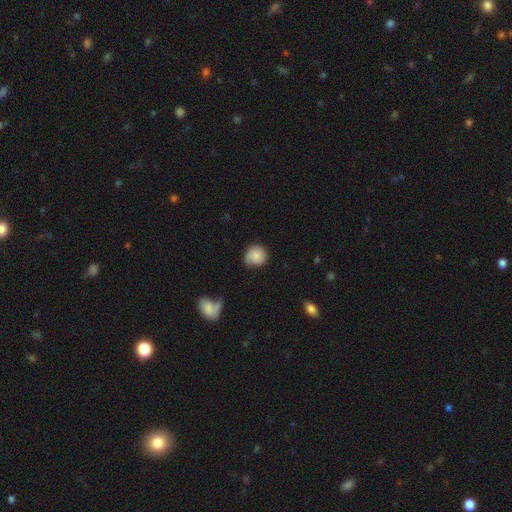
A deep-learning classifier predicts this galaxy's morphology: Overall: smooth (74%). How rounded: round (85%). Merging: none (61%; minor disturbance 26%).